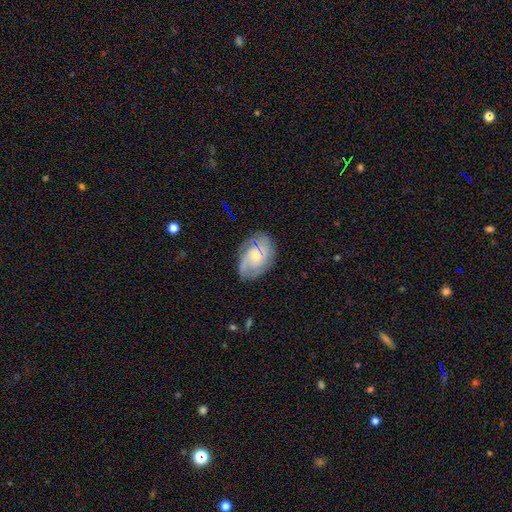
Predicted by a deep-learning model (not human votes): Smooth or featured? Predicted: featured or disk (p=0.71). Edge-on disk? Predicted: no (p=0.96). Bar? Predicted: no (p=0.62). Spiral arms? Predicted: yes (p=0.91). Spiral winding? Predicted: tight (p=0.44). Spiral arm count? Predicted: 2 (p=0.33). Bulge size? Predicted: small (p=0.51). Merging? Predicted: none (p=0.74).